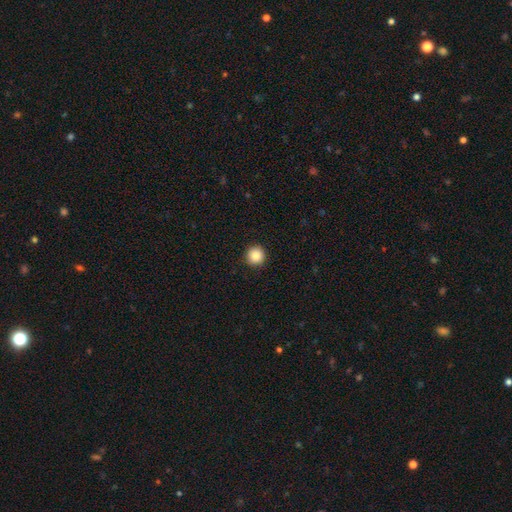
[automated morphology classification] This appears to be a smooth galaxy with no disk features (88%) that is round (95%). Merging: none (92%).